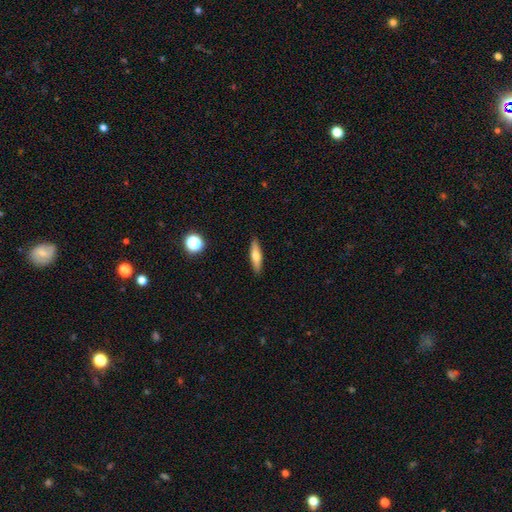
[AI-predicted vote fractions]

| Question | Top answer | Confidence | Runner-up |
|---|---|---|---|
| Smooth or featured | smooth | 63% | featured or disk (30%) |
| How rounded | cigar-shaped | 70% | in between (28%) |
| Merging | none | 90% | minor disturbance (7%) |